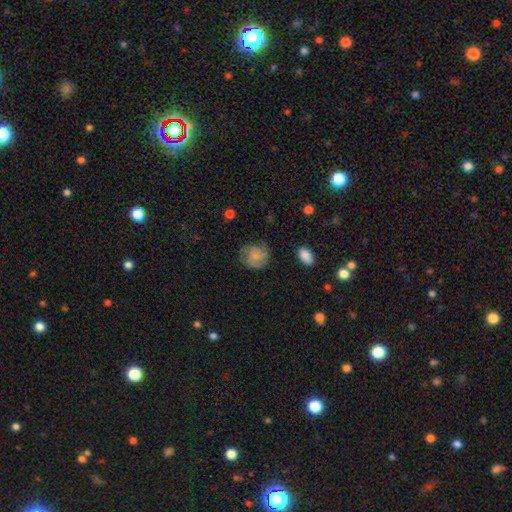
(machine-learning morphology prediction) Overall: smooth (57%; featured or disk 34%). How rounded: round (76%). Merging: none (64%).